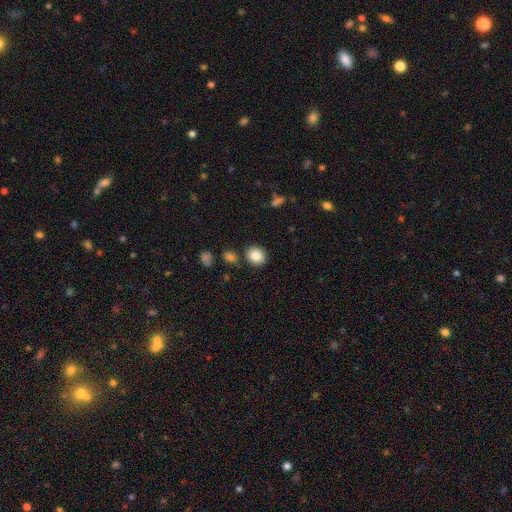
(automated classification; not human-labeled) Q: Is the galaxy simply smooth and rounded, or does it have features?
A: smooth — 85%.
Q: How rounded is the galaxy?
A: round — 80%.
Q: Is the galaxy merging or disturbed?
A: none — 86%.